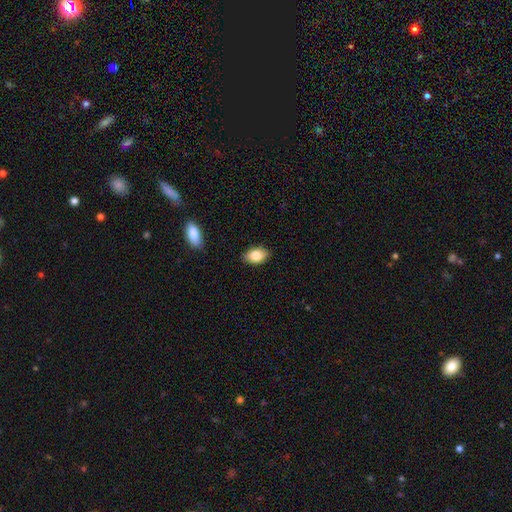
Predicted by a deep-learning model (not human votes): smooth 84%, featured or disk 9%, star or artifact 7%. Down the decision tree: how rounded — in between (88%); merging — none (86%).